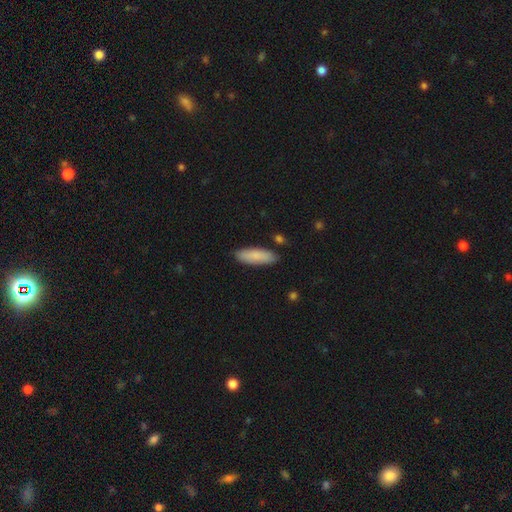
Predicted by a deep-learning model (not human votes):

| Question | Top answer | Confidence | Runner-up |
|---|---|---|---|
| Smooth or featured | smooth | 85% | featured or disk (9%) |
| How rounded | in between | 56% | cigar-shaped (43%) |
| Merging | none | 85% | minor disturbance (11%) |